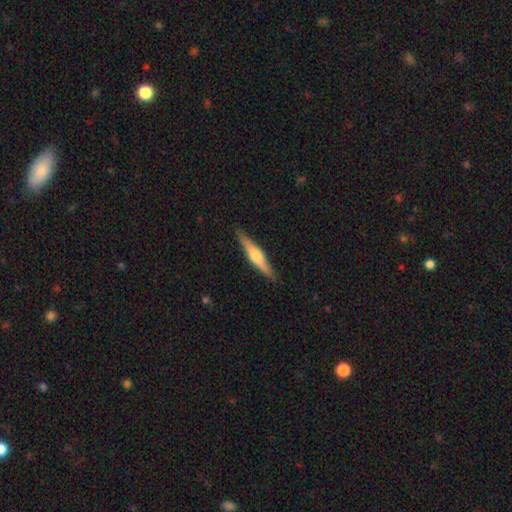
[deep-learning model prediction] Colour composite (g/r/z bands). It shows a featured or disk galaxy (59%) viewed edge-on (96%) with a rounded central bulge (86%). Merging: none (90%).